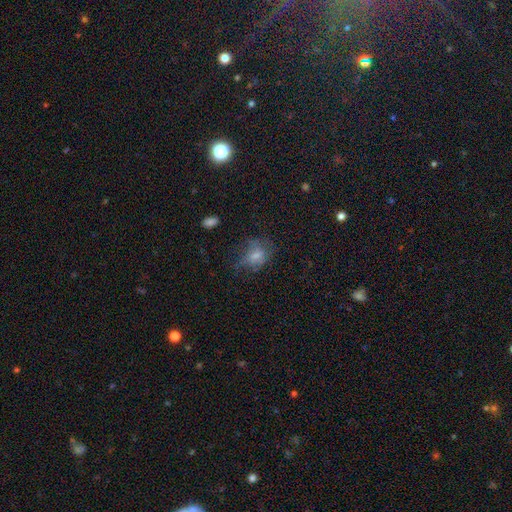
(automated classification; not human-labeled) Smooth or featured? Predicted: smooth (p=0.45). Merging? Predicted: none (p=0.50).